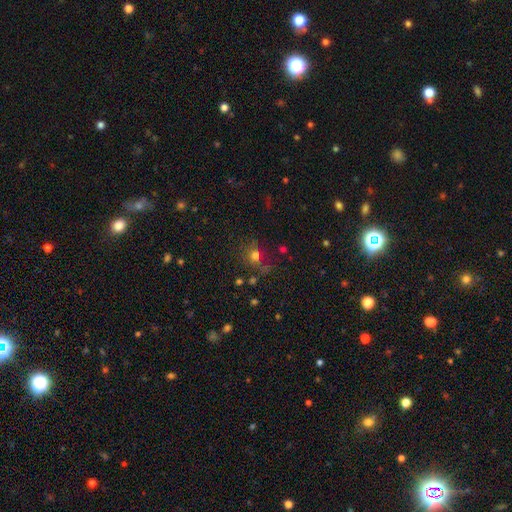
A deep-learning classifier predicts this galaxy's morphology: Smooth or featured? Predicted: smooth (p=0.65). How rounded? Predicted: round (p=0.77). Merging? Predicted: none (p=0.64).